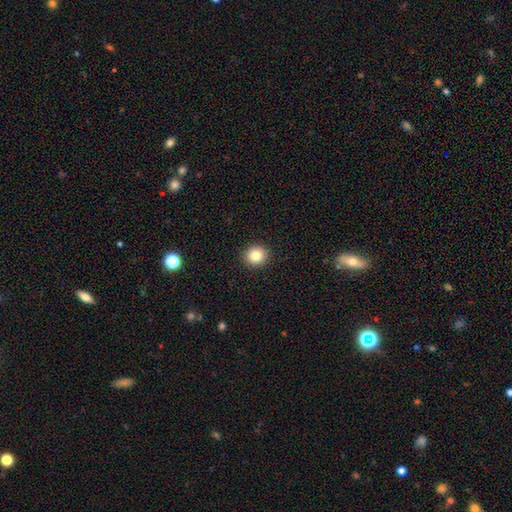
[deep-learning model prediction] Smooth or featured? smooth (83%)
How rounded? round (86%)
Merging? none (92%)